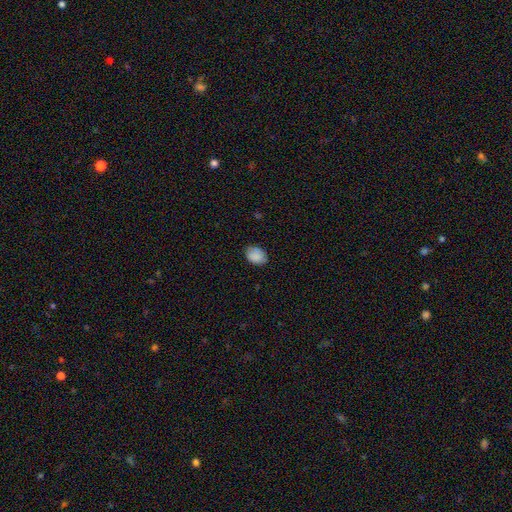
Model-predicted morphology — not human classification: smooth_or_featured: smooth (p=0.88) [alt: star or artifact p=0.07]
how_rounded: in between (p=0.70) [alt: round p=0.29]
merging: none (p=0.81) [alt: minor disturbance p=0.15]